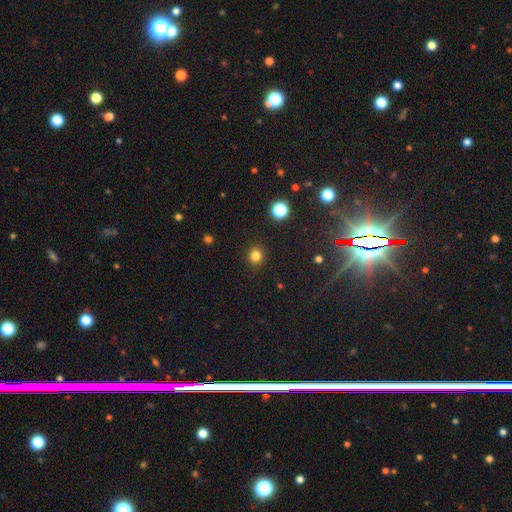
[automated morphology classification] Smooth or featured: smooth — 81% (star or artifact — 14%)
How rounded: round — 85% (in between — 14%)
Merging: none — 91% (minor disturbance — 6%)